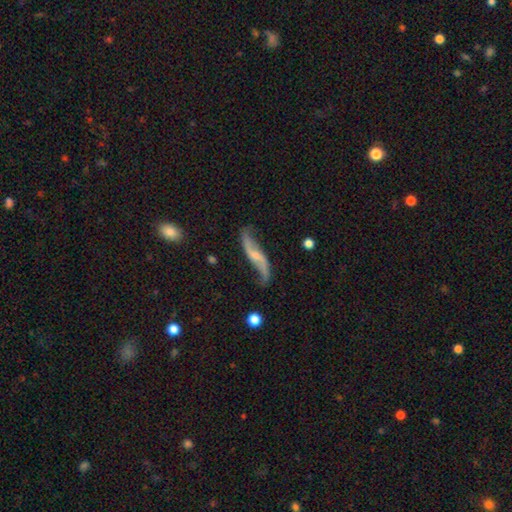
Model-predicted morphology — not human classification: type=featured or disk (83%); edge-on=no (87%); bar=no (45%); spiral arms=yes (94%); winding=loose (92%); arm count=2 (93%); bulge=small (43%); merging=none (68%).